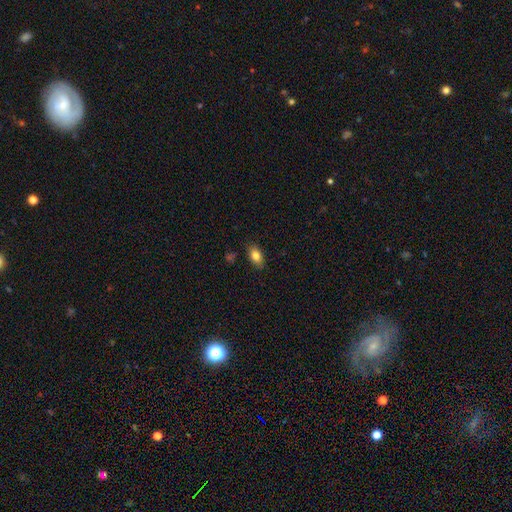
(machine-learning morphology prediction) Overall: smooth (81%). How rounded: in between (88%). Merging: none (85%).